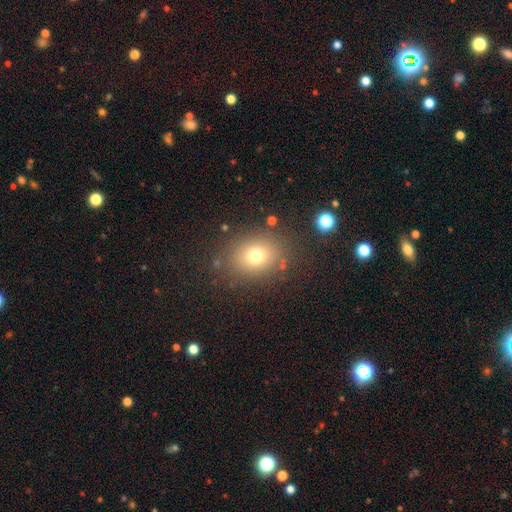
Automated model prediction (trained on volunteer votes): Q: Smooth or featured?
A: smooth (72%); runner-up: star or artifact (16%)
Q: How rounded?
A: round (57%); runner-up: in between (42%)
Q: Merging?
A: none (82%); runner-up: minor disturbance (10%)